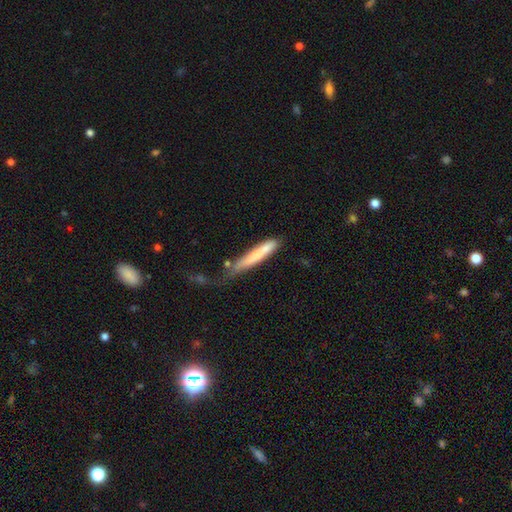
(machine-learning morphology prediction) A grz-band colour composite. It shows a smooth galaxy with no disk features (71%) that is cigar-shaped (92%). Merging: none (42%).